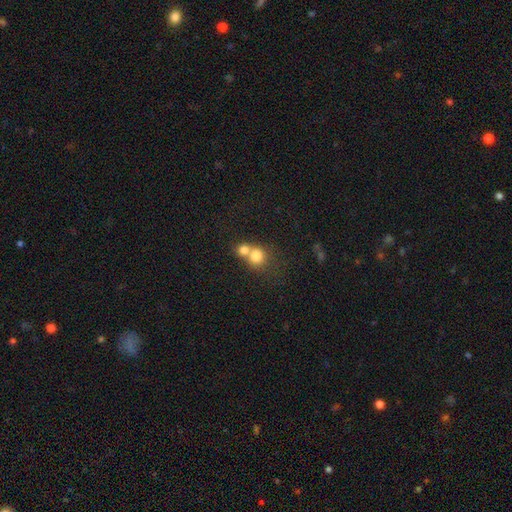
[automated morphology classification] A smooth galaxy with no disk features (78%) that is round (81%).

Vote fractions:
- Smooth or featured? smooth: 78% / featured or disk: 12% / star or artifact: 10%
- How rounded? round: 81% / in between: 18% / cigar-shaped: 1%
- Merging? merger: 60% / none: 31% / minor disturbance: 5% / major disturbance: 3%